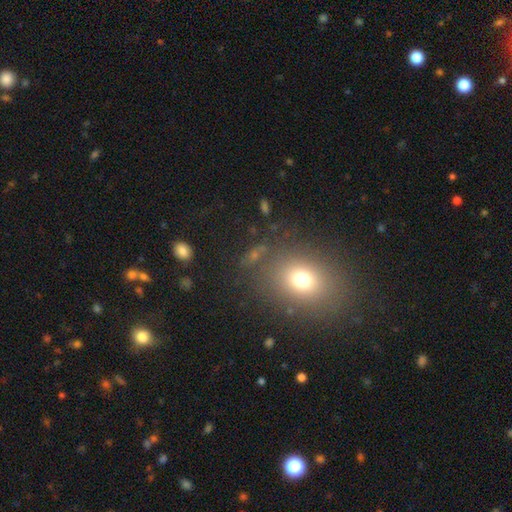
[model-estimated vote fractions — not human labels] This appears to be a smooth galaxy with no disk features (64%) that is round (51%). Merging: none (80%).